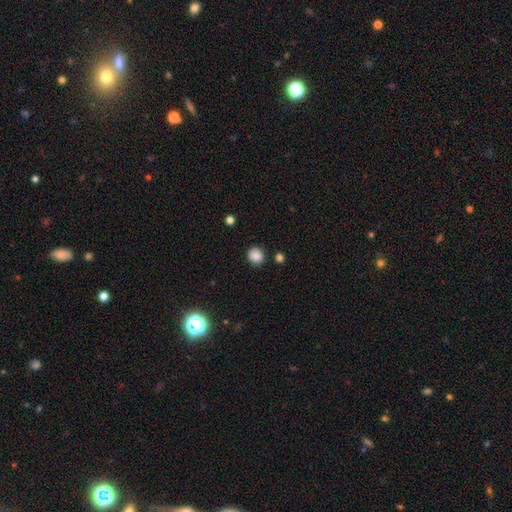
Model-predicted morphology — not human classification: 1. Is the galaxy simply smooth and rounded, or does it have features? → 86% smooth, 10% star or artifact, 4% featured or disk.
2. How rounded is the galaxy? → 85% round, 14% in between, 1% cigar-shaped.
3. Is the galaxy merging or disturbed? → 86% none, 9% minor disturbance, 3% merger, 2% major disturbance.